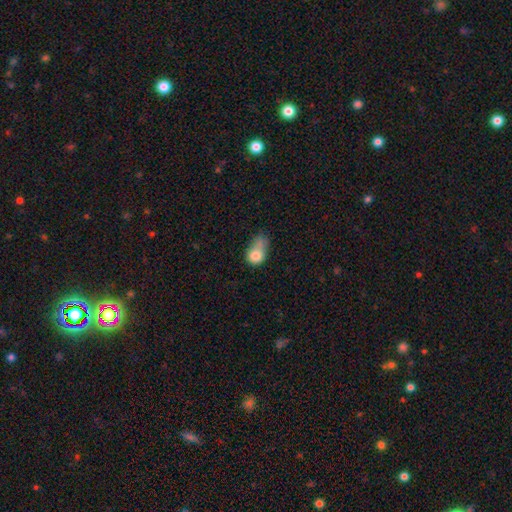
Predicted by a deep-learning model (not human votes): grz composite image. It shows a smooth galaxy with no disk features (77%) that is in between round and cigar-shaped (54%). Merging: merger (32%).